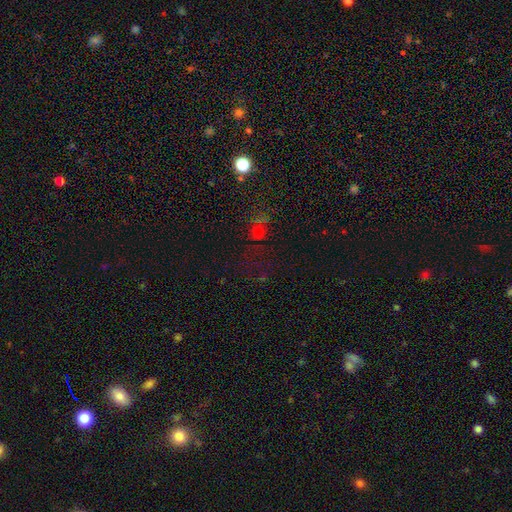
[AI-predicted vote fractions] Overall: star or artifact (55%; smooth 30%).